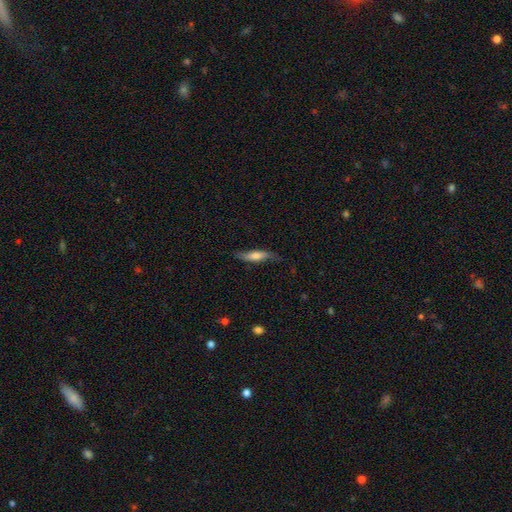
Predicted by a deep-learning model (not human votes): This is possibly a smooth galaxy (54%). How rounded: likely cigar-shaped (74%). Merging: likely none (71%).